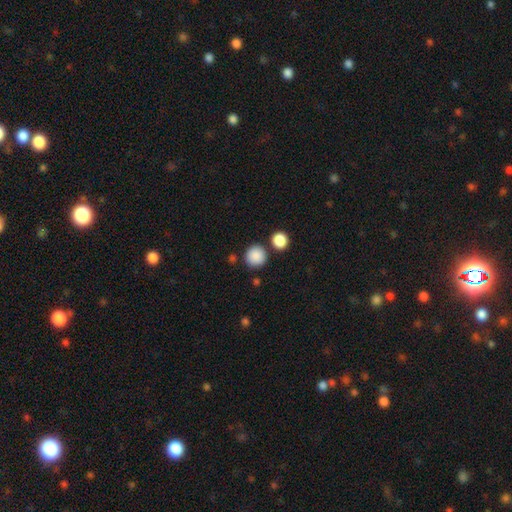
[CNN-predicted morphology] Smooth or featured? smooth (88%)
How rounded? round (93%)
Merging? none (82%)